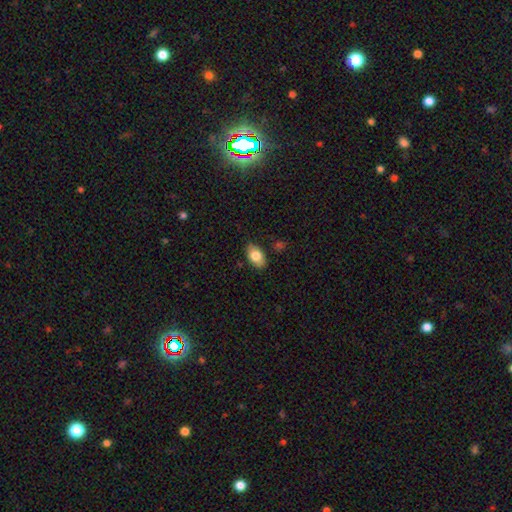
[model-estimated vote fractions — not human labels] Morphology: type=smooth (80%); roundness=in between (91%); merging=none (83%).